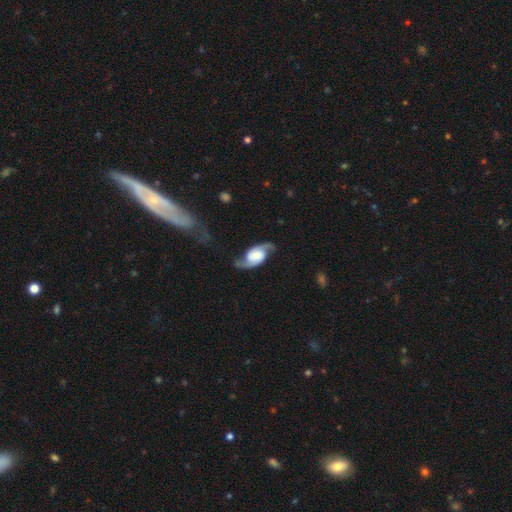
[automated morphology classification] This is clearly a featured or disk galaxy (85%). It is clearly not viewed edge-on (95%). Bar: possibly no (56%). Spiral arm pattern: clearly yes (96%). Spiral arm count: clearly 2 (93%). Spiral winding: marginally medium (45%). Central bulge: marginally large (33%). Merging: likely none (72%).